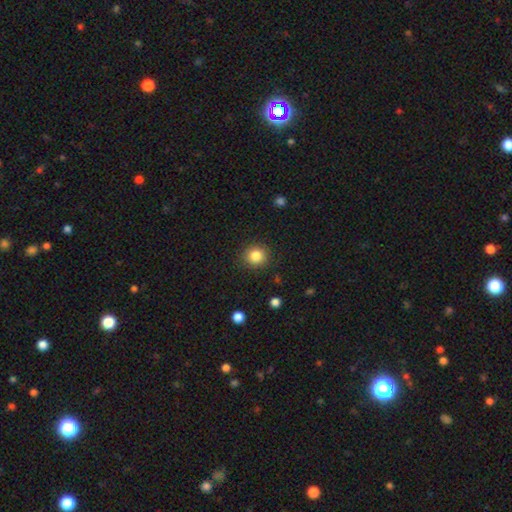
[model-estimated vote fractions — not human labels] This appears to be a smooth galaxy with no disk features (84%) that is round (90%). Merging: none (90%).